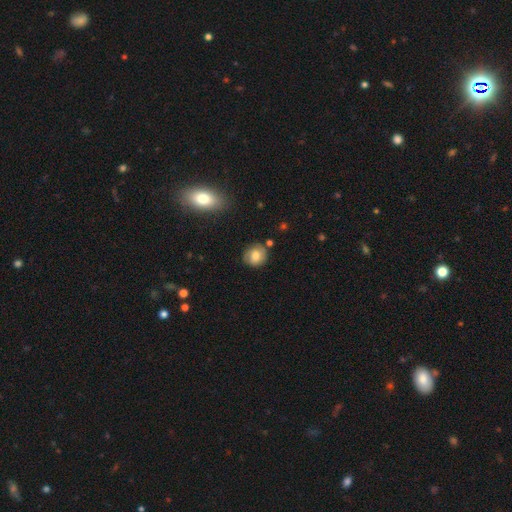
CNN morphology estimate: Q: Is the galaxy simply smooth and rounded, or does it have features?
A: smooth — 70%.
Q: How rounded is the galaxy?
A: round — 79%.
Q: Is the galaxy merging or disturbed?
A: none — 76%.